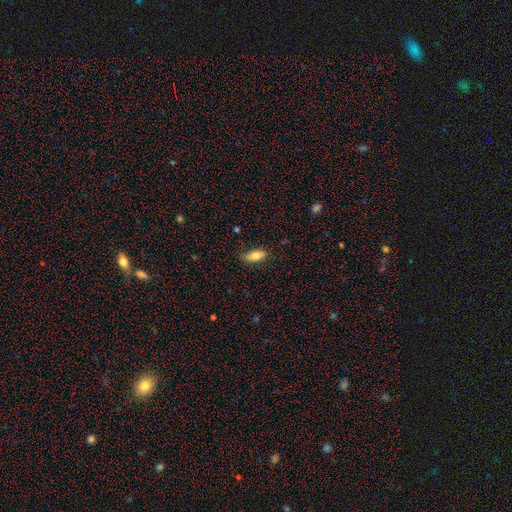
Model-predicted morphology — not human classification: This appears to be a smooth galaxy with no disk features (77%) that is in between round and cigar-shaped (80%). Merging: none (80%).